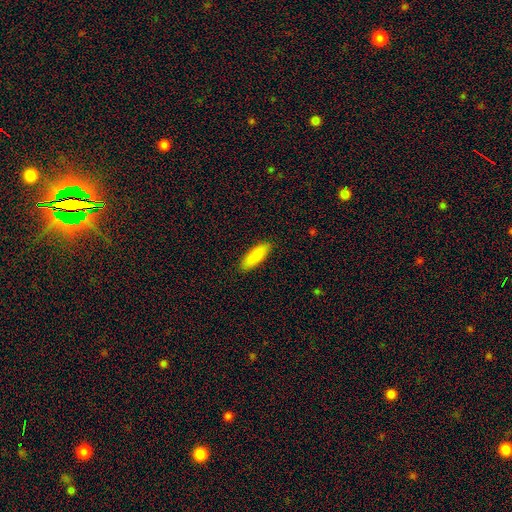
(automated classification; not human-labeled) This appears to be a smooth galaxy with no disk features (89%) that is in between round and cigar-shaped (59%). Merging: none (89%).